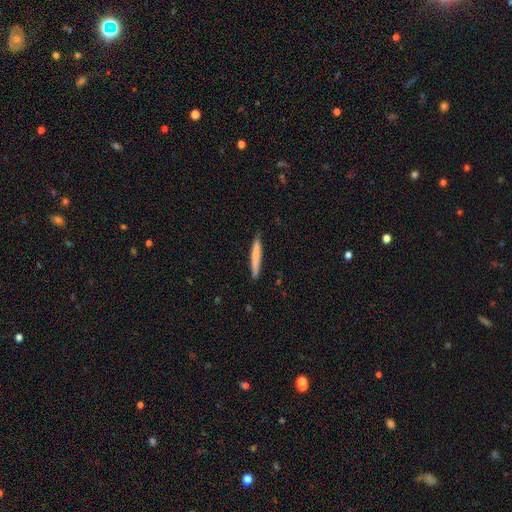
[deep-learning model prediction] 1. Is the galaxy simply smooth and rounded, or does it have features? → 72% smooth, 22% featured or disk, 5% star or artifact.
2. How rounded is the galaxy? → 96% cigar-shaped, 3% in between, 1% round.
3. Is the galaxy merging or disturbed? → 87% none, 10% minor disturbance, 2% major disturbance, 1% merger.